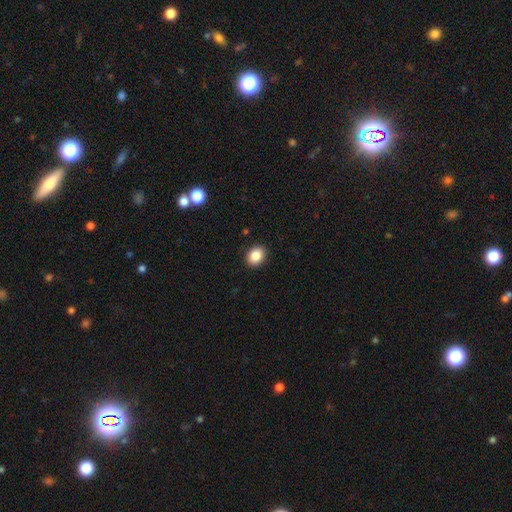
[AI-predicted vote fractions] Smooth or featured? Predicted: smooth (p=0.86). How rounded? Predicted: in between (p=0.56). Merging? Predicted: none (p=0.90).